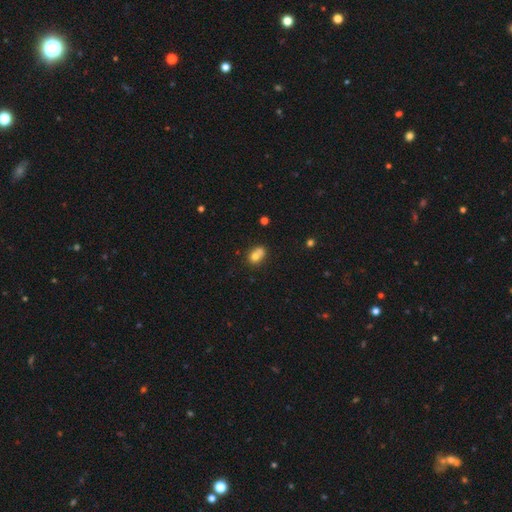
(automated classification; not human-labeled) Smooth or featured? Predicted: smooth (p=0.72). How rounded? Predicted: in between (p=0.55). Merging? Predicted: merger (p=0.43).